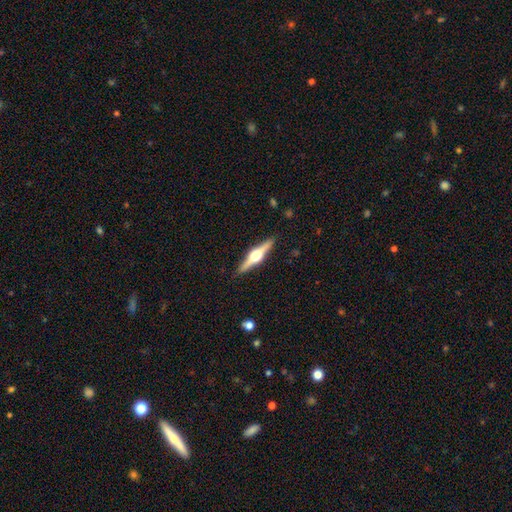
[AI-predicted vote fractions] featured or disk 78%, smooth 17%, star or artifact 5%. Down the decision tree: edge-on disk — yes (98%); edge-on bulge — rounded (95%); merging — none (91%).